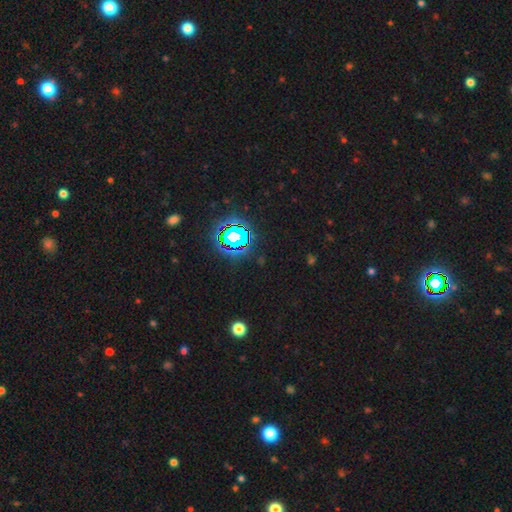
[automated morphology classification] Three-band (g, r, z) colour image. It shows a star or artifact, not a galaxy (80%).